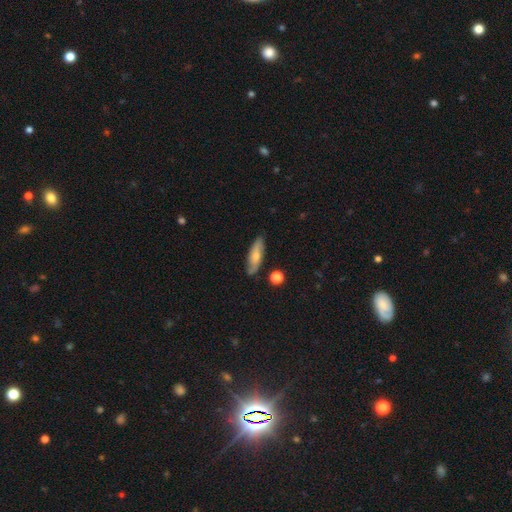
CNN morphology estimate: This is possibly a smooth galaxy (53%). How rounded: possibly in between (50%). Merging: clearly none (82%).